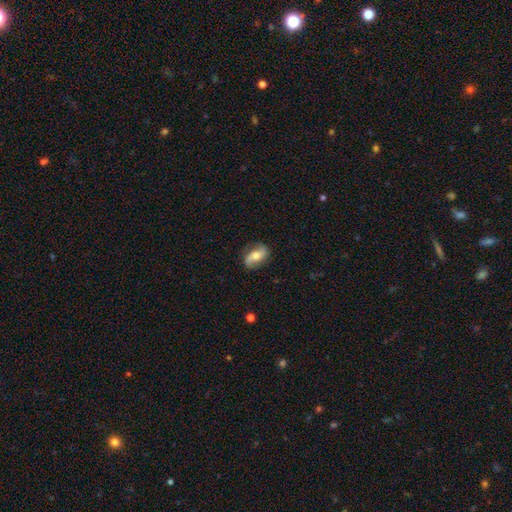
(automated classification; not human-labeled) Morphology: type=featured or disk (58%); edge-on=no (92%); bar=no (52%); spiral arms=yes (85%); bulge=moderate (66%); merging=none (79%).